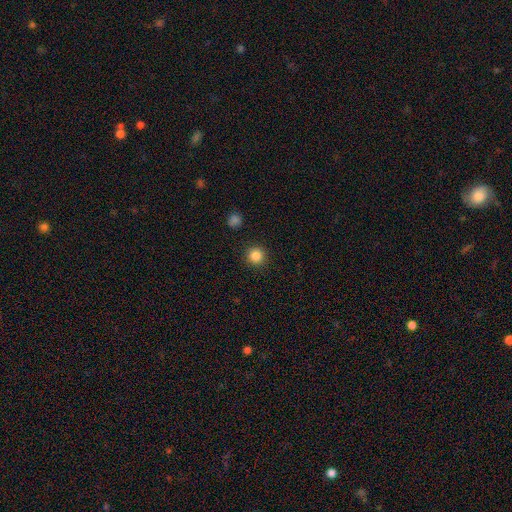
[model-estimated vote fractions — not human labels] This is clearly a smooth galaxy (85%). How rounded: clearly round (95%). Merging: clearly none (91%).